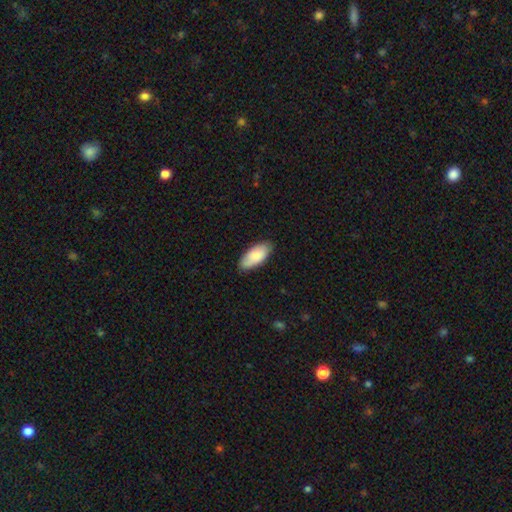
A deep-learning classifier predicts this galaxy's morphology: The model was most divided on "merging": none: 83%, minor disturbance: 14%, major disturbance: 2%, merger: 1%. More confident: how rounded — in between (92%); smooth or featured — smooth (82%).